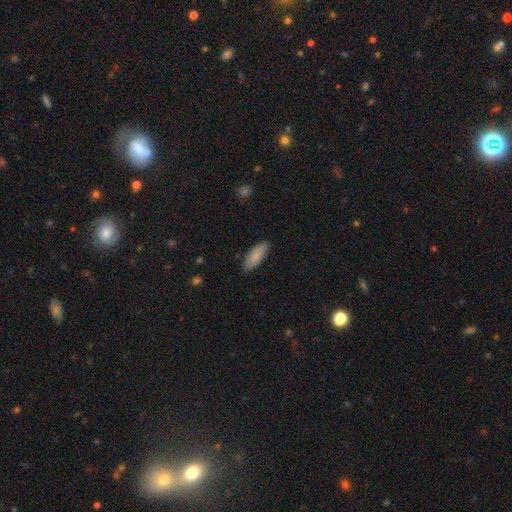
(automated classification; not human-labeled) A smooth galaxy with no disk features (85%) that is in between round and cigar-shaped (74%). Merging: none (85%).